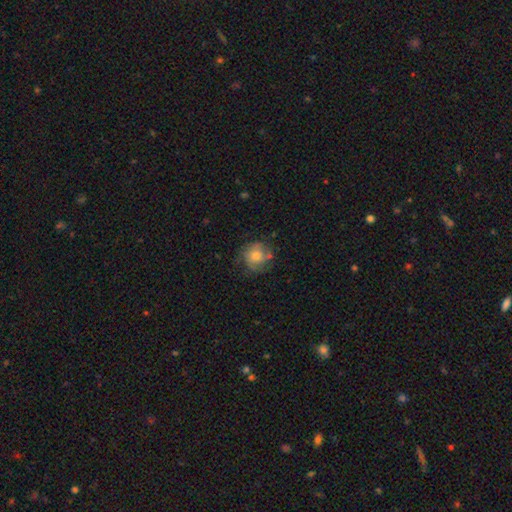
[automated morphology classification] A smooth galaxy with no disk features (58%) that is round (87%). Merging: none (68%).